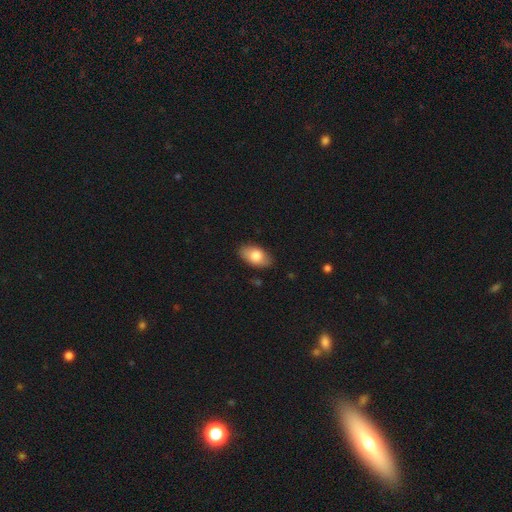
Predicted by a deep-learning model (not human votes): A smooth galaxy with no disk features (78%) that is in between round and cigar-shaped (93%). Merging: none (84%).